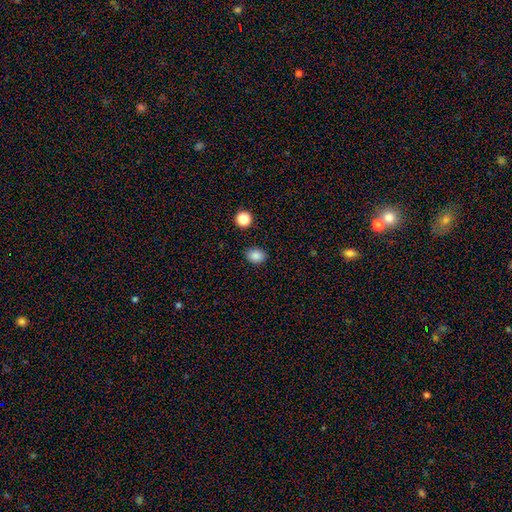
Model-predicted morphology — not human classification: A smooth galaxy with no disk features (86%) that is in between round and cigar-shaped (53%).

Vote fractions:
- Smooth or featured? smooth: 86% / star or artifact: 10% / featured or disk: 4%
- How rounded? in between: 53% / round: 46% / cigar-shaped: 1%
- Merging? none: 87% / minor disturbance: 9% / major disturbance: 2% / merger: 2%